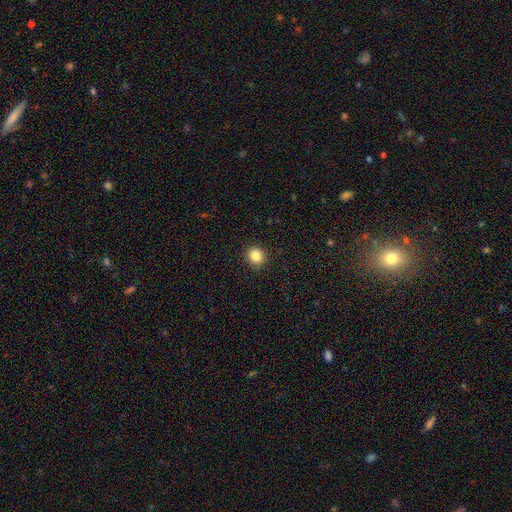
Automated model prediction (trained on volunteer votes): smooth-or-featured: smooth: 85% | star or artifact: 10% | featured or disk: 4%
  how-rounded: round: 86% | in between: 13% | cigar-shaped: 1%
  merging: none: 92% | minor disturbance: 5% | major disturbance: 2% | merger: 1%